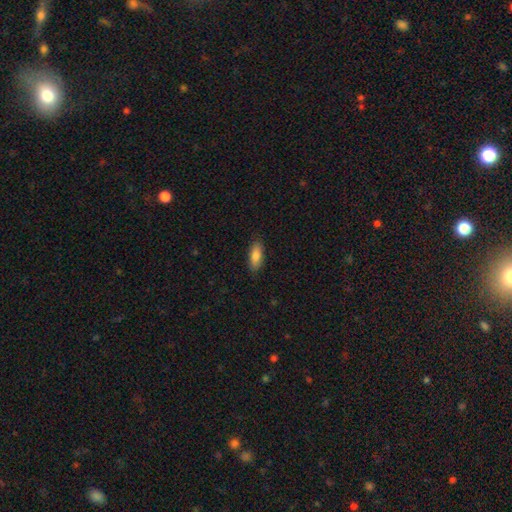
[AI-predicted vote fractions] Morphology: type=smooth (84%); roundness=in between (75%); merging=none (86%).